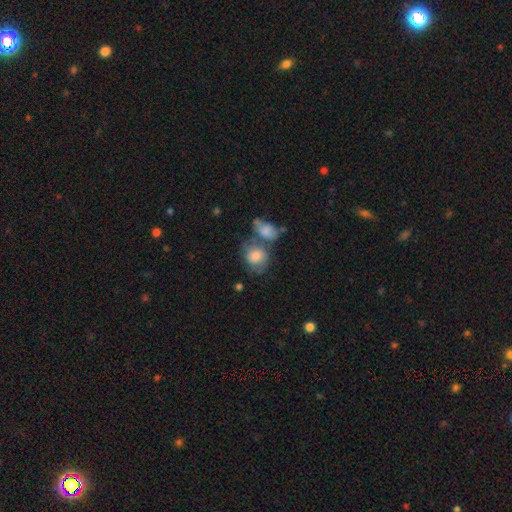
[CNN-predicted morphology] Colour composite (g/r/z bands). It shows a smooth galaxy with no disk features (73%) that is round (58%). Merging: merger (37%).